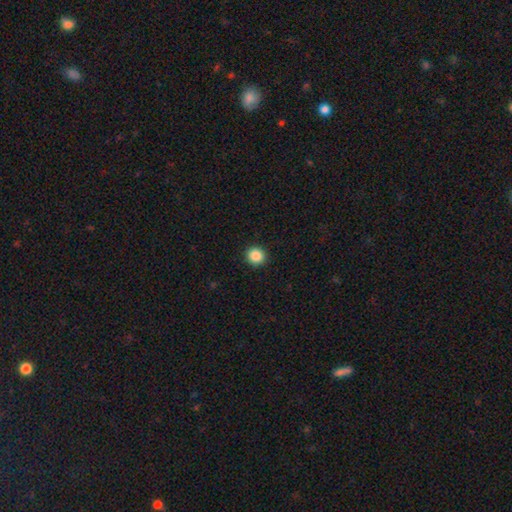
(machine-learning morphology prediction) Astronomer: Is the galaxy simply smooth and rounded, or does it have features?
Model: smooth — 87%.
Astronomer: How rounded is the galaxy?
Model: round — 88%.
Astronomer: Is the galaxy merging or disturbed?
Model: none — 92%.